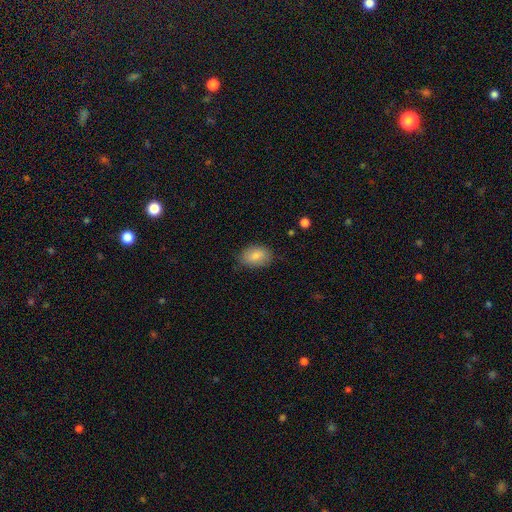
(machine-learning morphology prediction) Smooth or featured: smooth — 84% (featured or disk — 9%)
How rounded: in between — 87% (round — 12%)
Merging: none — 80% (minor disturbance — 15%)